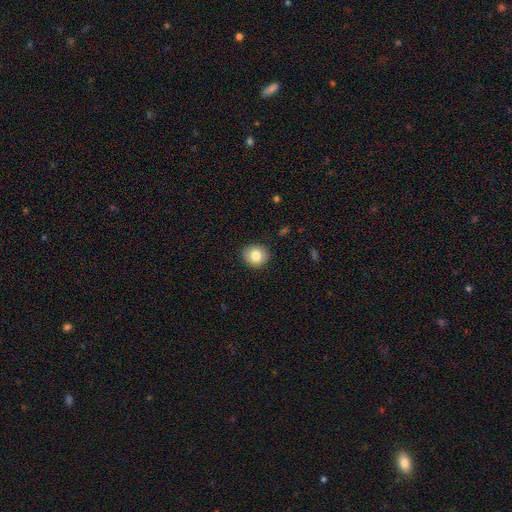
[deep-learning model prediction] smooth-or-featured: smooth: 83% | star or artifact: 9% | featured or disk: 8%
  how-rounded: round: 84% | in between: 15% | cigar-shaped: 1%
  merging: none: 89% | minor disturbance: 8% | major disturbance: 2% | merger: 1%